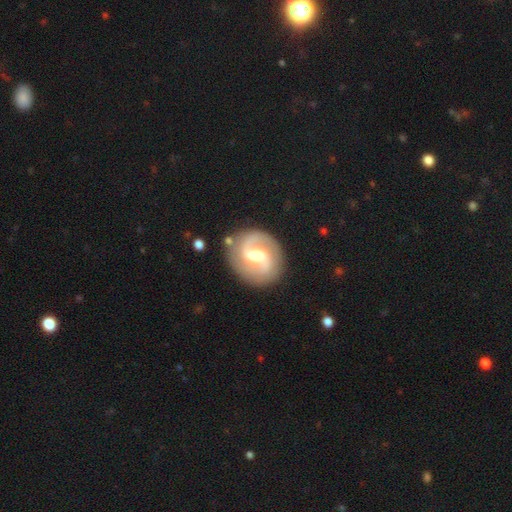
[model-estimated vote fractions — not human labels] Overall: featured or disk (84%). Edge-on disk: no (98%). Bar: weak (53%; no 24%). Spiral arms: yes (94%). Spiral arm count: 2 (90%). Spiral winding: medium (51%; tight 28%). Bulge size: moderate (67%). Merging: none (84%).